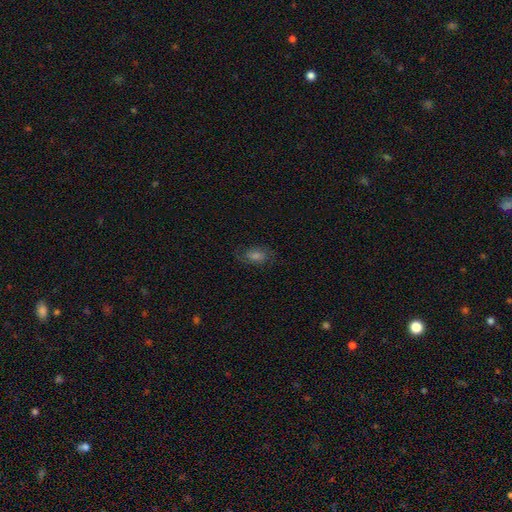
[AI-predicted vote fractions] featured or disk 41%, smooth 39%, star or artifact 19%. Down the decision tree: merging — none (76%).